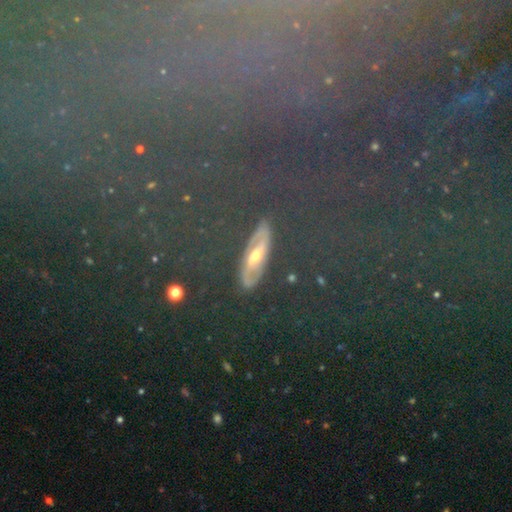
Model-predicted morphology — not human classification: Q: Smooth or featured?
A: star or artifact (36%); runner-up: smooth (35%)